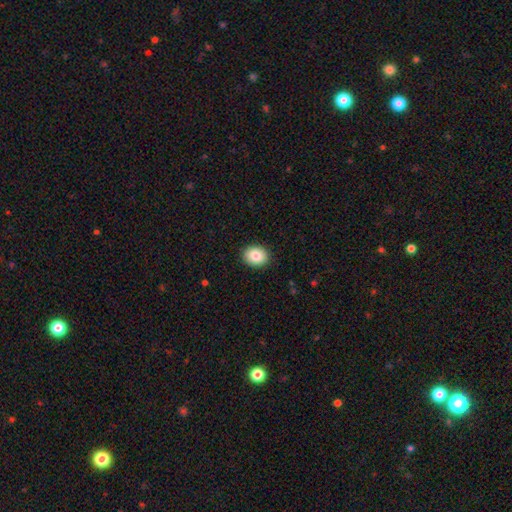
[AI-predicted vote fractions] This appears to be a smooth galaxy with no disk features (86%) that is round (53%). Merging: none (91%).